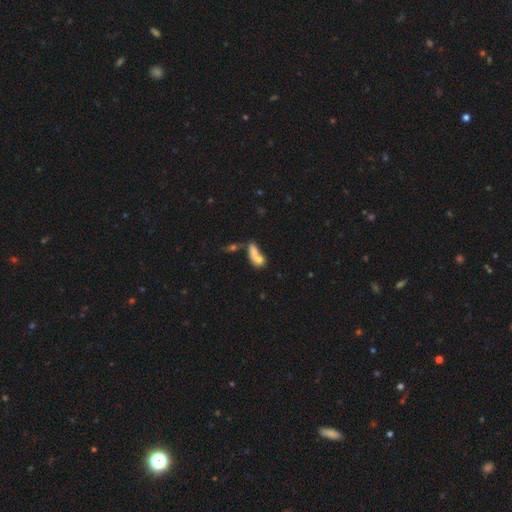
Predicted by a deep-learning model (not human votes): Smooth or featured?
  - smooth: 69% *
  - featured or disk: 20%
  - star or artifact: 11%
How rounded?
  - in between: 68% *
  - round: 17%
  - cigar-shaped: 15%
Merging?
  - merger: 59% *
  - none: 24%
  - minor disturbance: 9%
  - major disturbance: 8%